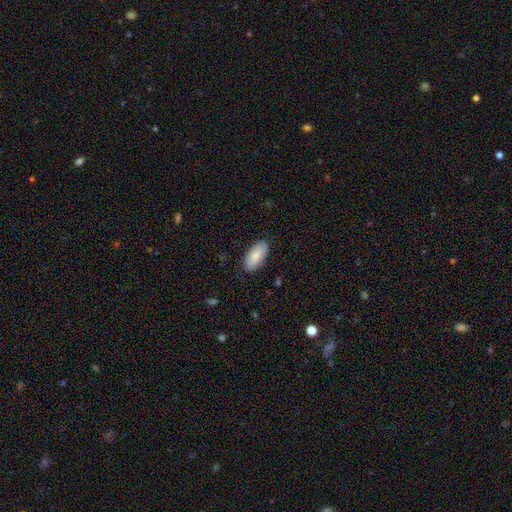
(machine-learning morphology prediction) Overall: smooth (83%). How rounded: in between (93%). Merging: none (87%).